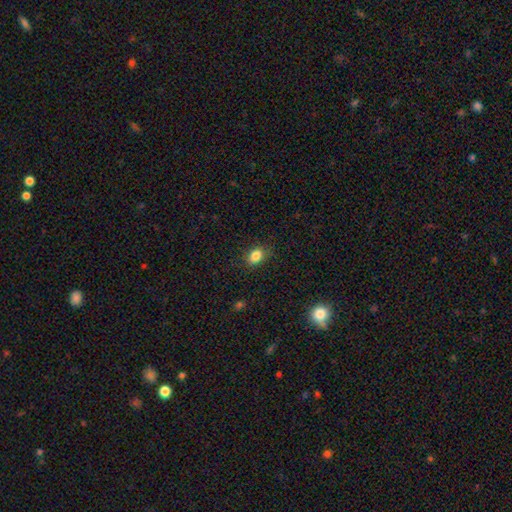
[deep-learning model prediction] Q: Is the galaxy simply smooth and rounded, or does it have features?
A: smooth — 85%.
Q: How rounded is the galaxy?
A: in between — 75%.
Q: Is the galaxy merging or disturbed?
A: none — 85%.